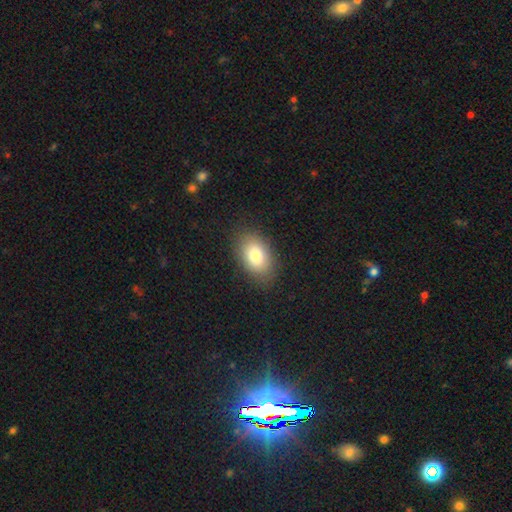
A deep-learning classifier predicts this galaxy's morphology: smooth 81%, featured or disk 11%, star or artifact 8%. Down the decision tree: how rounded — in between (88%); merging — none (85%).